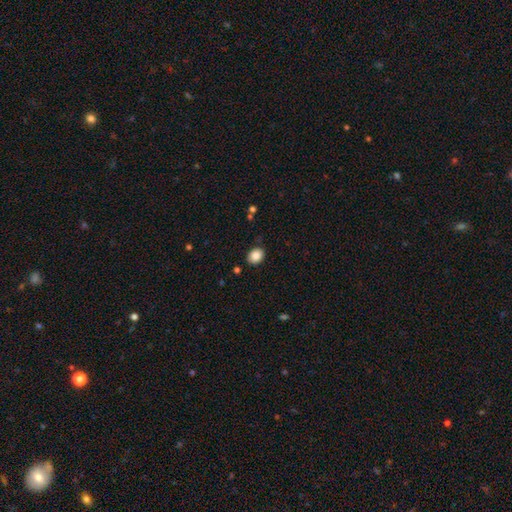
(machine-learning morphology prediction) type=smooth (86%); roundness=in between (54%); merging=none (87%).